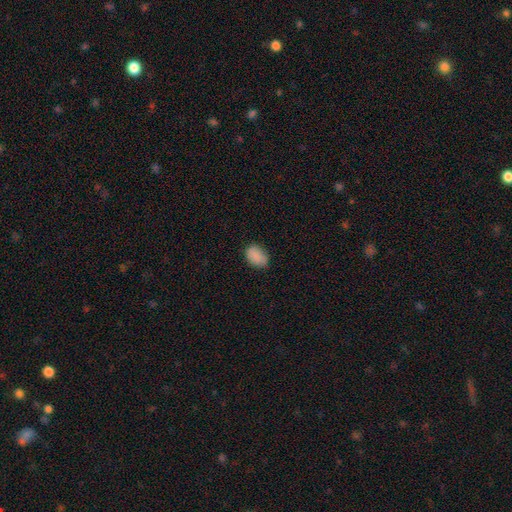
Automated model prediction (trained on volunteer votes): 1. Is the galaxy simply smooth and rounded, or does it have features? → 88% smooth, 8% star or artifact, 4% featured or disk.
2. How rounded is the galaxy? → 84% in between, 15% round, 1% cigar-shaped.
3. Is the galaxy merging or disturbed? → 76% none, 19% minor disturbance, 3% major disturbance, 1% merger.